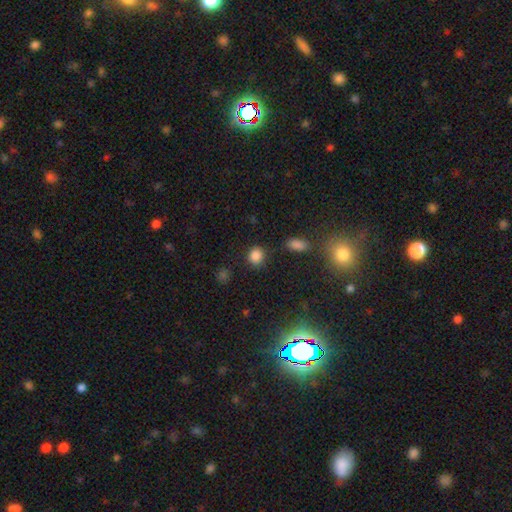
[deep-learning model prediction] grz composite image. It shows a smooth galaxy with no disk features (85%) that is round (79%). Merging: none (82%).